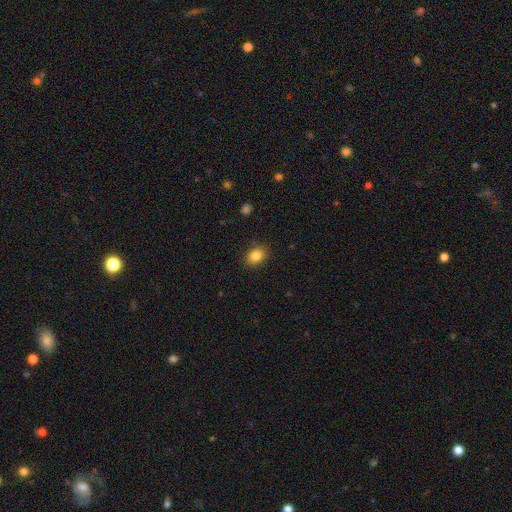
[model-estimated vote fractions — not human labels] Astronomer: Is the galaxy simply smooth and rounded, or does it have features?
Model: smooth — 84%.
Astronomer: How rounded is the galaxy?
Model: in between — 56% (runner-up: round, 43%).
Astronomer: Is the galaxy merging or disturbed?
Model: none — 85%.